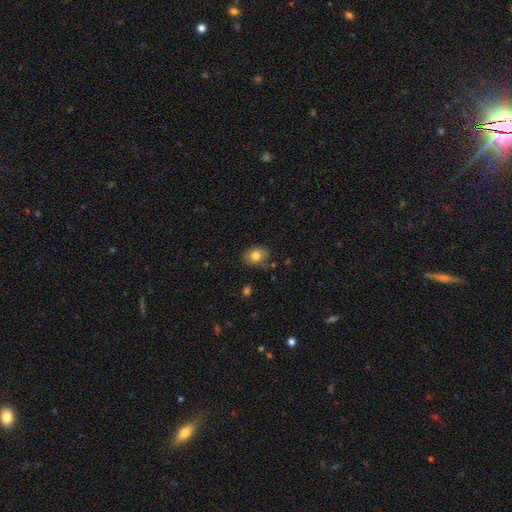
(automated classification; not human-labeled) Smooth or featured?
  - smooth: 81% *
  - featured or disk: 10%
  - star or artifact: 9%
How rounded?
  - in between: 55% *
  - round: 44%
  - cigar-shaped: 1%
Merging?
  - none: 76% *
  - minor disturbance: 18%
  - major disturbance: 3%
  - merger: 2%